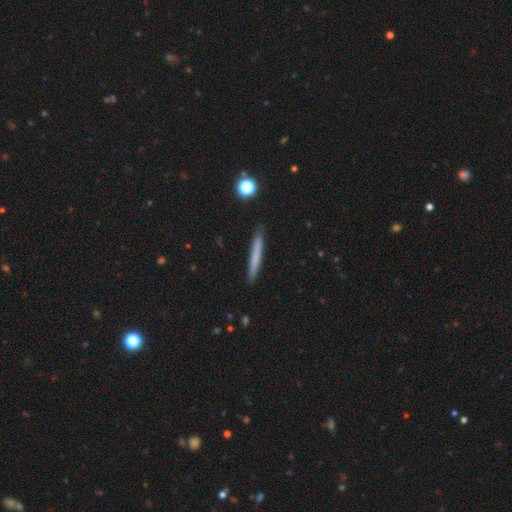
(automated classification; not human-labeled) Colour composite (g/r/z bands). It shows a smooth galaxy with no disk features (67%) that is cigar-shaped (96%). Merging: none (90%).